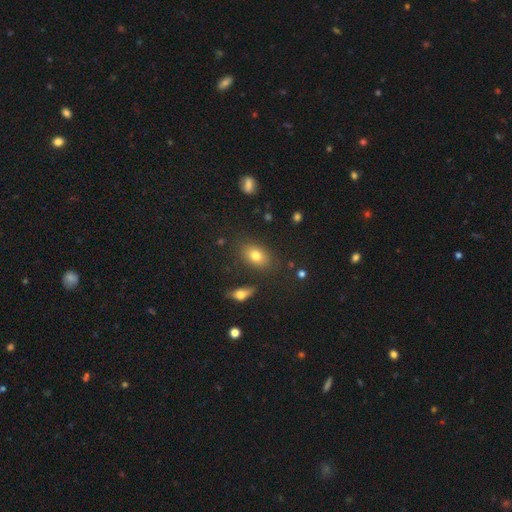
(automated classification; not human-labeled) A smooth galaxy with no disk features (77%) that is in between round and cigar-shaped (80%). Merging: none (80%).